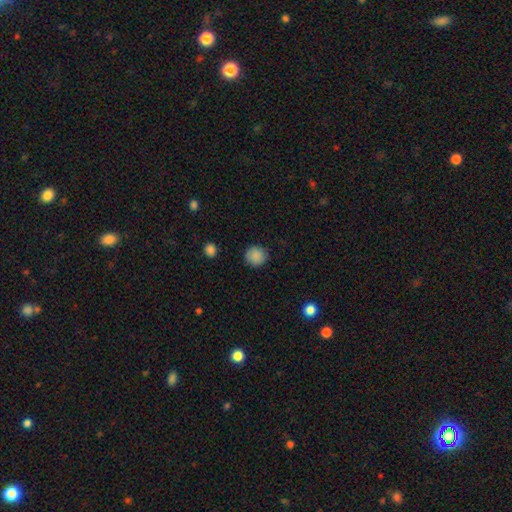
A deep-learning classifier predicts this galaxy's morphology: Smooth or featured: smooth — 88% (star or artifact — 9%)
How rounded: round — 91% (in between — 8%)
Merging: none — 88% (minor disturbance — 9%)